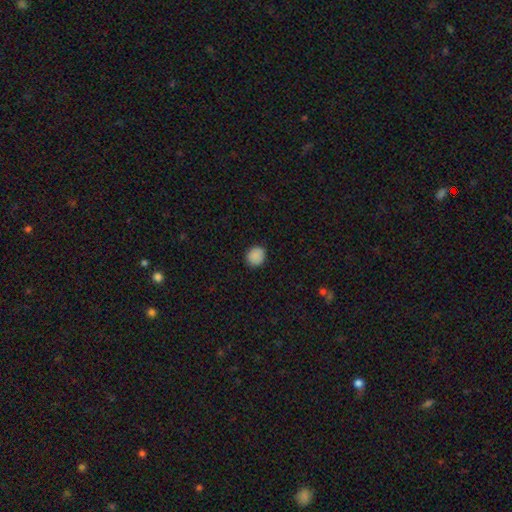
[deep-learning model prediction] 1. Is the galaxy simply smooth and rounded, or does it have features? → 88% smooth, 9% star or artifact, 3% featured or disk.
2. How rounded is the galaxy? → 77% round, 23% in between, 1% cigar-shaped.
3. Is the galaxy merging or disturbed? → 88% none, 9% minor disturbance, 2% major disturbance, 1% merger.